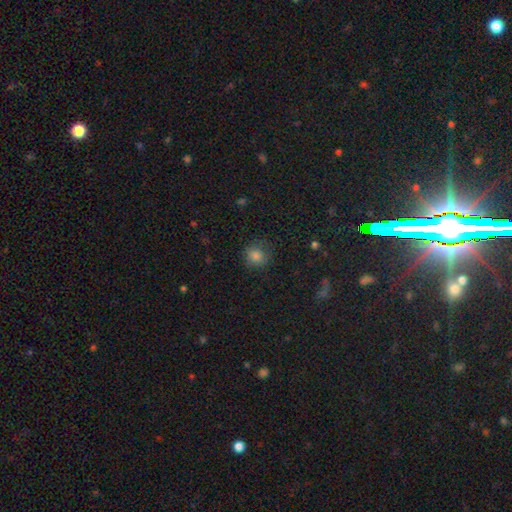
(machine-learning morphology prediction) smooth_or_featured: smooth (p=0.79) [alt: star or artifact p=0.15]
how_rounded: round (p=0.86) [alt: in between p=0.13]
merging: none (p=0.79) [alt: minor disturbance p=0.14]